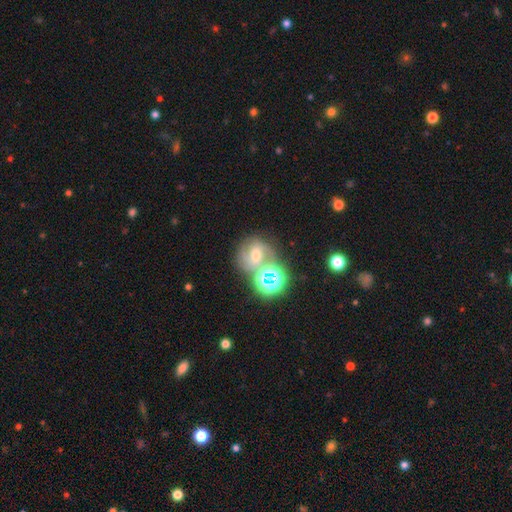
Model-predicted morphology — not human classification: The model was most divided on "smooth or featured": featured or disk: 49%, star or artifact: 28%, smooth: 22%. More confident: merging — none (54%).